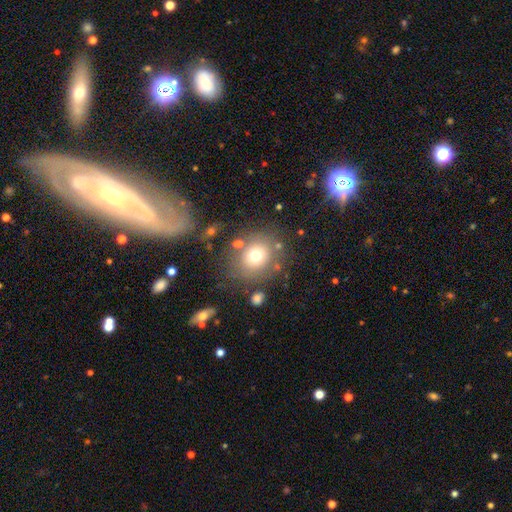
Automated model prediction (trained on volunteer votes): Smooth or featured: smooth — 70% (featured or disk — 17%)
How rounded: round — 79% (in between — 20%)
Merging: none — 73% (minor disturbance — 13%)